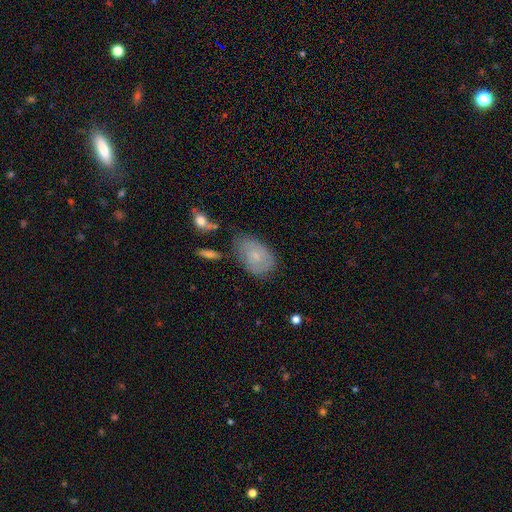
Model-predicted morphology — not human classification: smooth_or_featured: smooth (p=0.59) [alt: featured or disk p=0.33]
how_rounded: in between (p=0.85) [alt: round p=0.13]
merging: none (p=0.58) [alt: minor disturbance p=0.28]